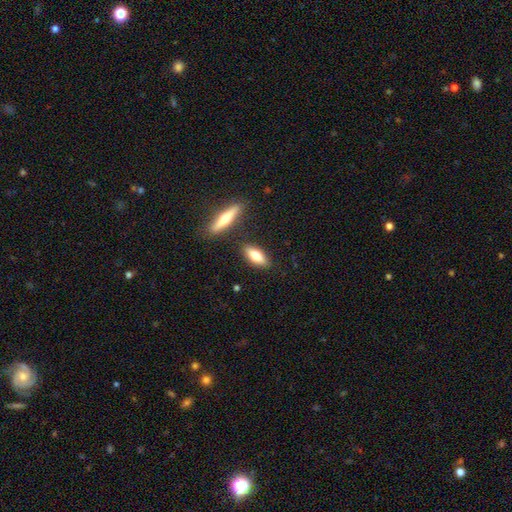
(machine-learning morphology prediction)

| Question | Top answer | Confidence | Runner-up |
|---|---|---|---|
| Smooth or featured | smooth | 69% | featured or disk (24%) |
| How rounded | in between | 63% | cigar-shaped (34%) |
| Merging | none | 80% | minor disturbance (10%) |